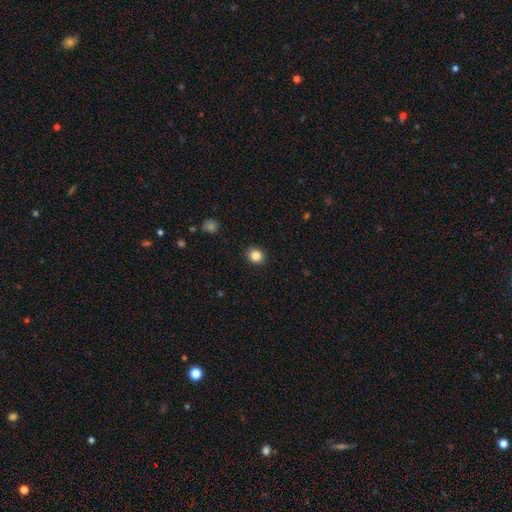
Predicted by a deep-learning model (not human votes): This appears to be a smooth galaxy with no disk features (85%) that is round (77%). Merging: none (91%).